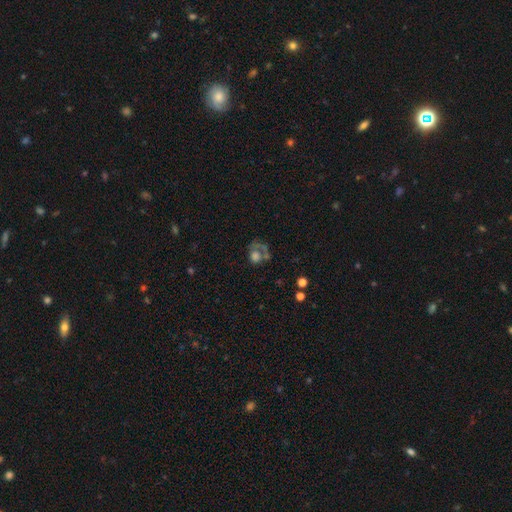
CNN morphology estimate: This is possibly a smooth galaxy (48%). Merging: marginally major disturbance (36%).